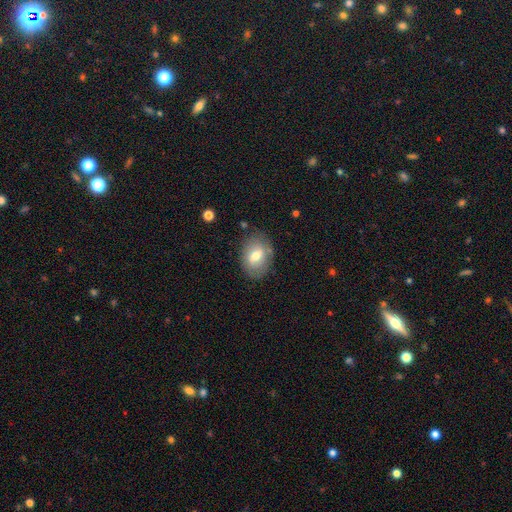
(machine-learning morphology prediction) A smooth galaxy with no disk features (68%) that is in between round and cigar-shaped (78%). Merging: none (78%).